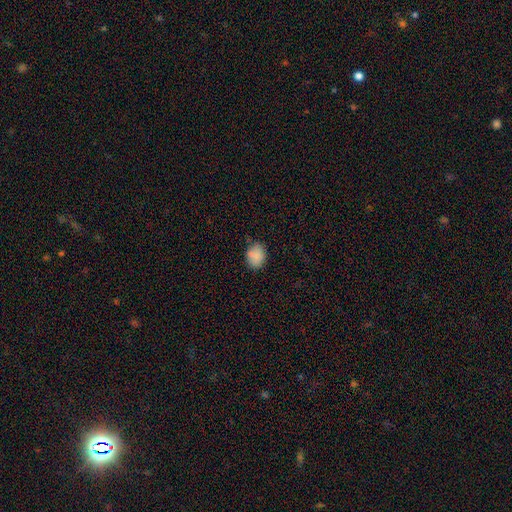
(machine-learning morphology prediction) Smooth or featured? smooth (86%)
How rounded? in between (55%)
Merging? none (75%)